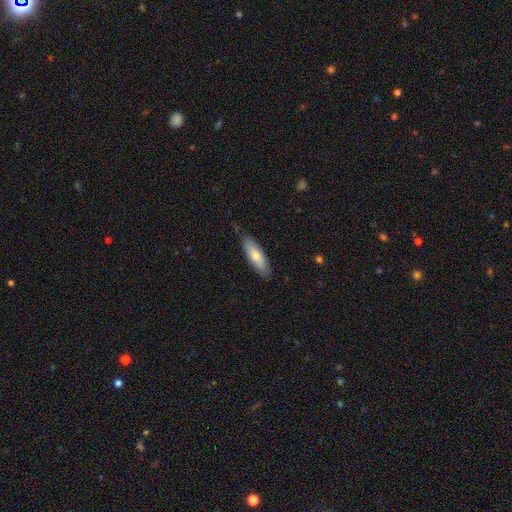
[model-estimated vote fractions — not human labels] Smooth or featured: smooth — 70% (featured or disk — 24%)
How rounded: in between — 52% (cigar-shaped — 46%)
Merging: none — 82% (minor disturbance — 14%)